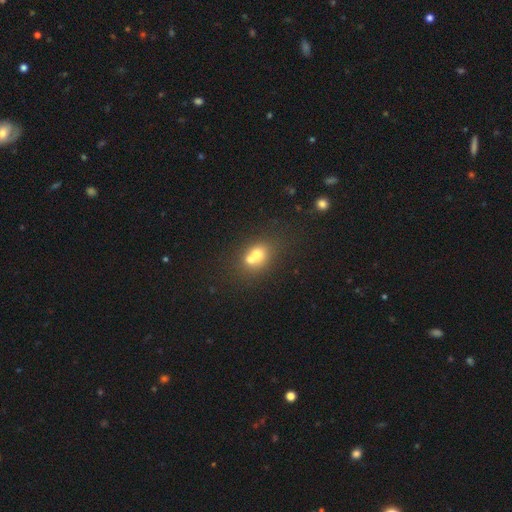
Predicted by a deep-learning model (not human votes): The model was most divided on "how rounded": round: 60%, in between: 39%, cigar-shaped: 1%. More confident: smooth or featured — smooth (65%); merging — merger (58%).